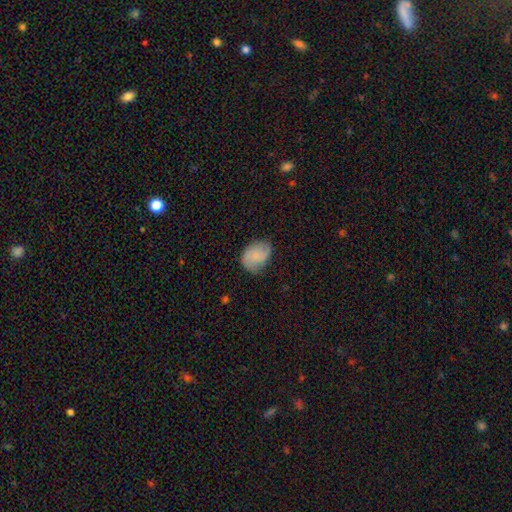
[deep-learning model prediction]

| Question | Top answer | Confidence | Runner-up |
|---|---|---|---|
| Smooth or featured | smooth | 68% | featured or disk (25%) |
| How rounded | in between | 65% | round (34%) |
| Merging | none | 63% | minor disturbance (29%) |